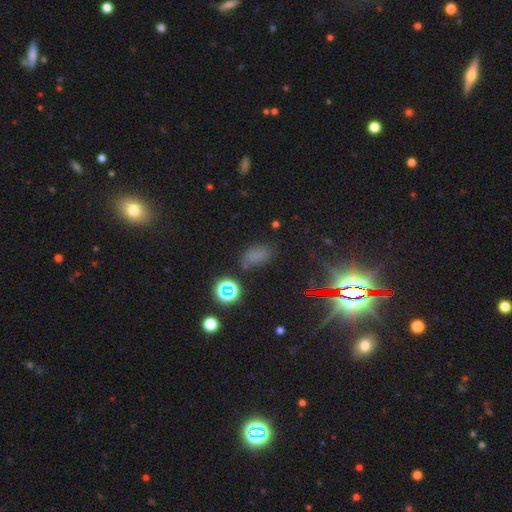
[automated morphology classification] A smooth galaxy with no disk features (60%) that is in between round and cigar-shaped (86%).

Vote fractions:
- Smooth or featured? smooth: 60% / star or artifact: 33% / featured or disk: 7%
- How rounded? in between: 86% / round: 11% / cigar-shaped: 3%
- Merging? none: 75% / minor disturbance: 16% / major disturbance: 6% / merger: 3%